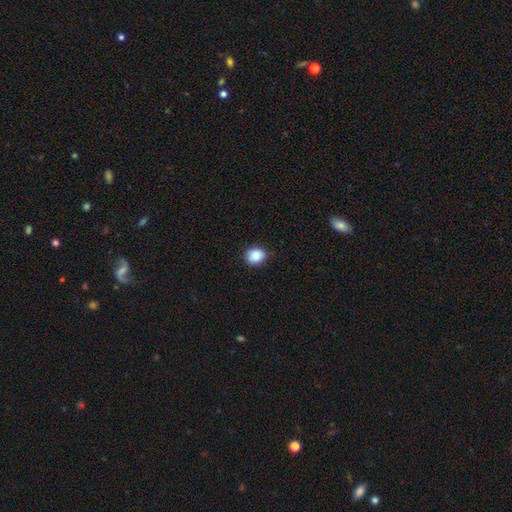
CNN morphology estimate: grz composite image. It shows a smooth galaxy with no disk features (86%) that is round (65%). Merging: none (85%).